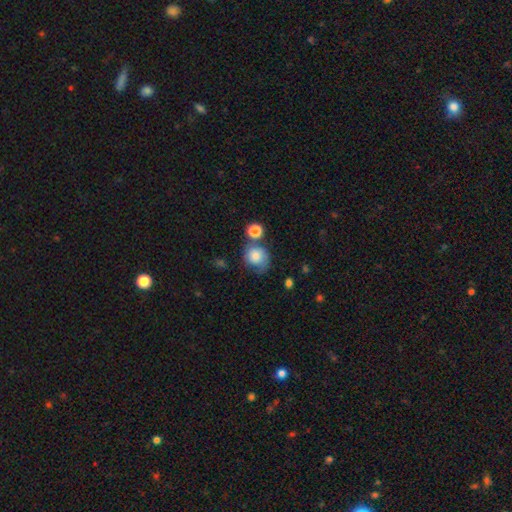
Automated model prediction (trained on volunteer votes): Smooth or featured?
  - smooth: 70% *
  - featured or disk: 21%
  - star or artifact: 10%
How rounded?
  - round: 77% *
  - in between: 22%
  - cigar-shaped: 1%
Merging?
  - none: 46% *
  - minor disturbance: 24%
  - major disturbance: 15%
  - merger: 15%